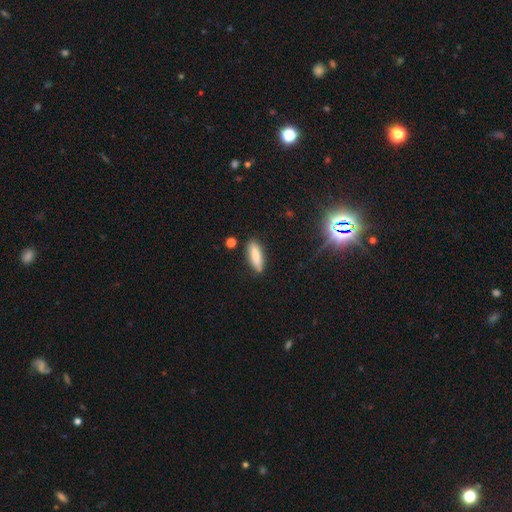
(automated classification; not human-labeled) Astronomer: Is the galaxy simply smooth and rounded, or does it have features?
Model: smooth — 80%.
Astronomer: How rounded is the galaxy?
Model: in between — 52% (runner-up: cigar-shaped, 46%).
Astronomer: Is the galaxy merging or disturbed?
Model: none — 83%.